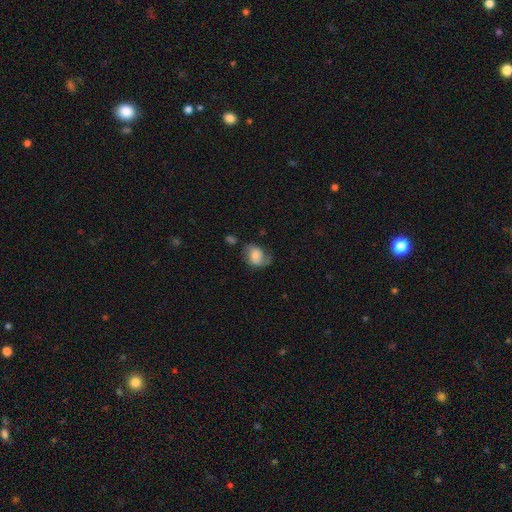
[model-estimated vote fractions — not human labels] Overall: smooth (63%; featured or disk 28%). How rounded: in between (62%; round 37%). Merging: none (47%; minor disturbance 31%).